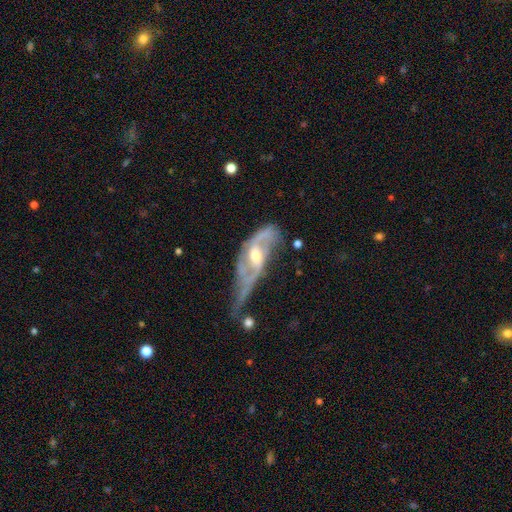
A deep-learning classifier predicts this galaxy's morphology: The model was most divided on "bar": no: 43%, weak: 41%, strong: 15%. Remaining: edge-on disk — no (90%); spiral arms — yes (89%); smooth or featured — featured or disk (84%); spiral arm count — 2 (76%); bulge size — moderate (66%); spiral winding — loose (43%); merging — major disturbance (37%).